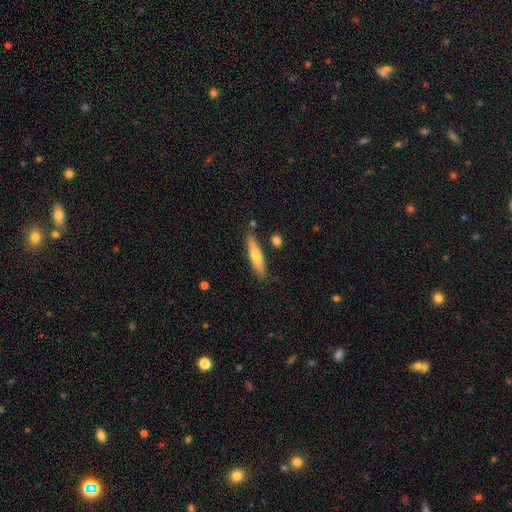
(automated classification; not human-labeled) The model was most divided on "smooth or featured": smooth: 59%, featured or disk: 35%, star or artifact: 6%. More confident: how rounded — cigar-shaped (86%); merging — none (84%).